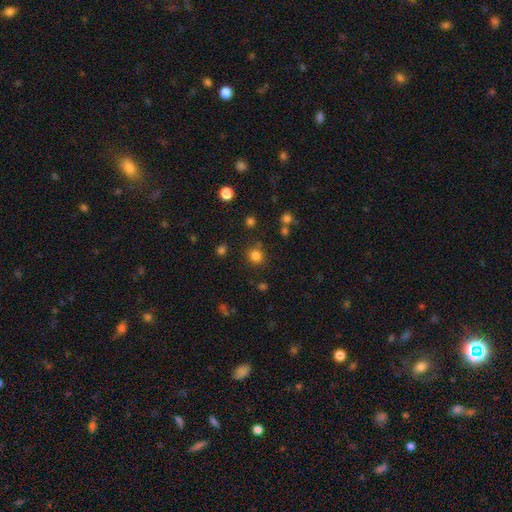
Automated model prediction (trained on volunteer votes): smooth 80%, star or artifact 16%, featured or disk 5%. Down the decision tree: how rounded — round (90%); merging — none (83%).